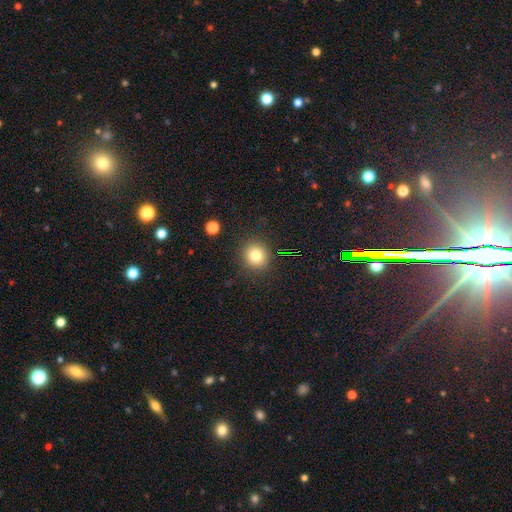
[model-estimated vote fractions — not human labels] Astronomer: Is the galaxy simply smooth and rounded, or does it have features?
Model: smooth — 80%.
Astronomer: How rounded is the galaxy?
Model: round — 89%.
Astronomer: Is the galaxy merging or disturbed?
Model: none — 89%.